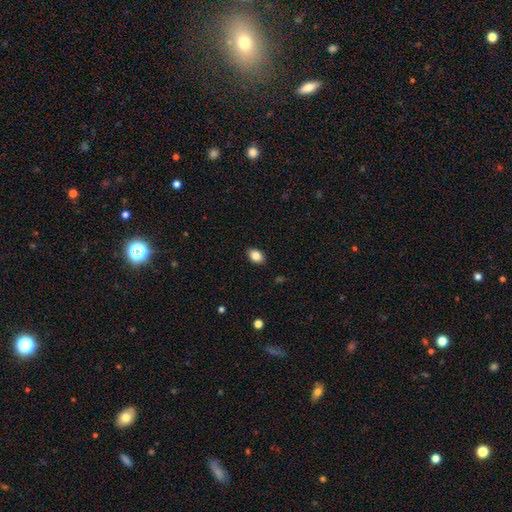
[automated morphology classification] Smooth or featured? Predicted: smooth (p=0.86). How rounded? Predicted: in between (p=0.82). Merging? Predicted: none (p=0.89).